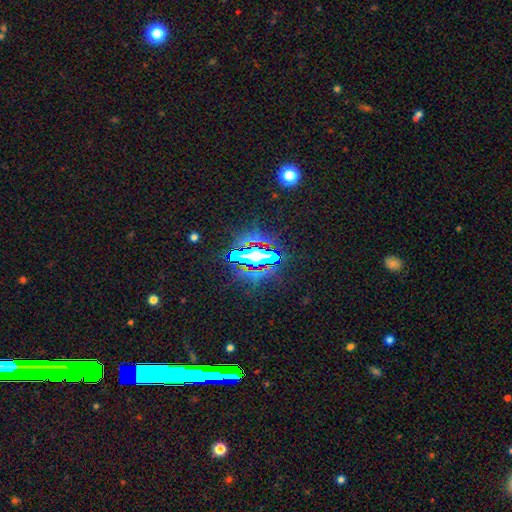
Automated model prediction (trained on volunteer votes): smooth-or-featured: star or artifact: 76% | smooth: 13% | featured or disk: 11%